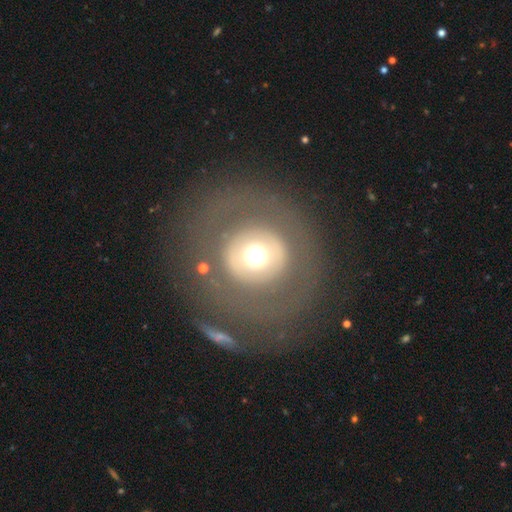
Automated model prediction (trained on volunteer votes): This is possibly a smooth galaxy (52%). How rounded: clearly round (89%). Merging: likely none (80%).